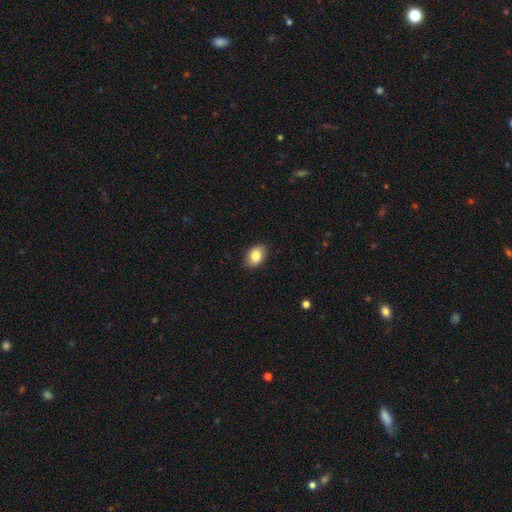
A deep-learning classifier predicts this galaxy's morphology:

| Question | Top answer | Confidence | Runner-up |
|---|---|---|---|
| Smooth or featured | smooth | 84% | featured or disk (9%) |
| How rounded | in between | 81% | round (18%) |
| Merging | none | 89% | minor disturbance (8%) |